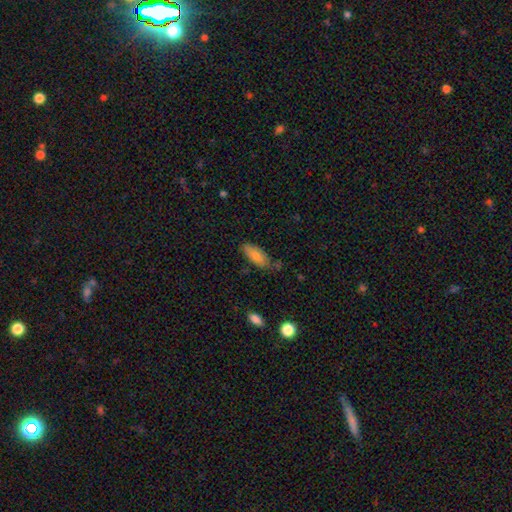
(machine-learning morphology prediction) A smooth galaxy with no disk features (78%) that is in between round and cigar-shaped (80%). Merging: none (70%).